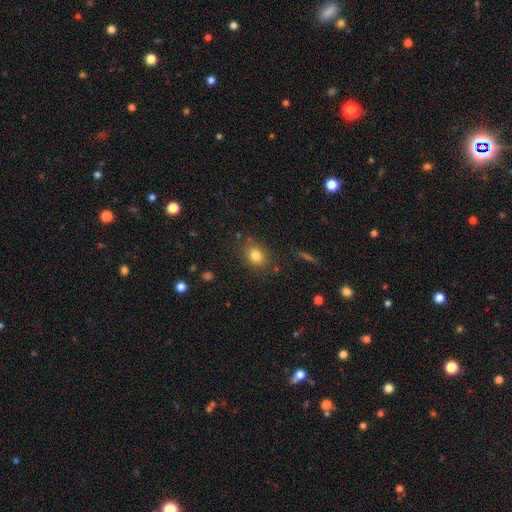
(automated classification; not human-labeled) smooth-or-featured: smooth: 80% | star or artifact: 12% | featured or disk: 8%
  how-rounded: in between: 51% | round: 48% | cigar-shaped: 1%
  merging: none: 82% | minor disturbance: 12% | major disturbance: 3% | merger: 3%